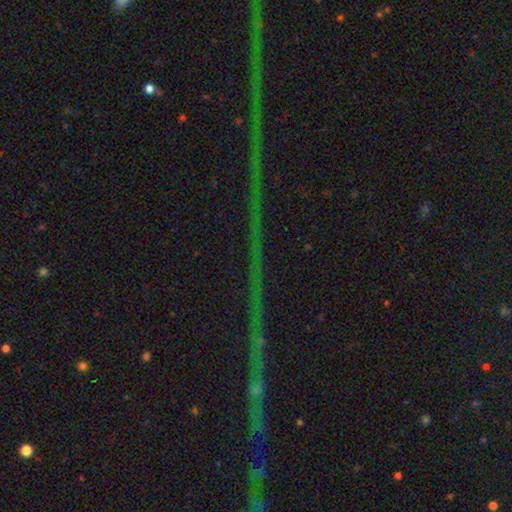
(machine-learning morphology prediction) The model was most divided on "smooth or featured": star or artifact: 78%, featured or disk: 14%, smooth: 7%.